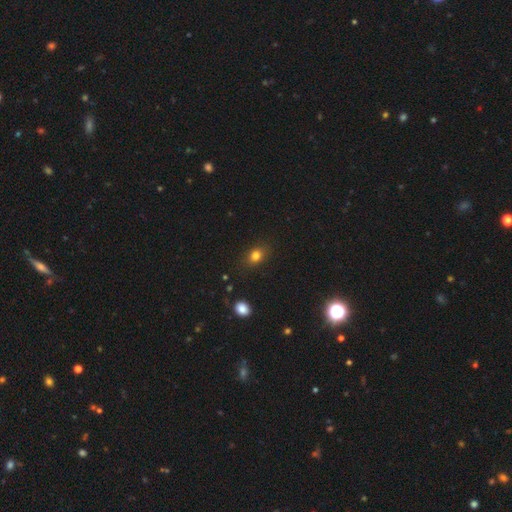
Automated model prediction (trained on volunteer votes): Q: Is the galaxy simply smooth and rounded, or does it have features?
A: smooth — 80%.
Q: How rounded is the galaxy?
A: in between — 57%.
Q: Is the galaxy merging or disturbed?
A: none — 84%.